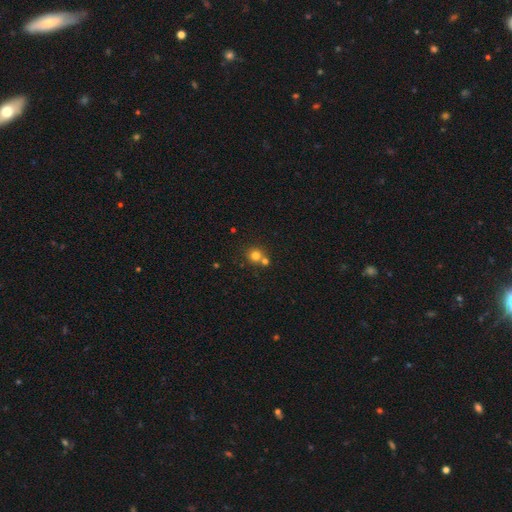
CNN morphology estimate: type=smooth (77%); roundness=round (91%); merging=none (57%).